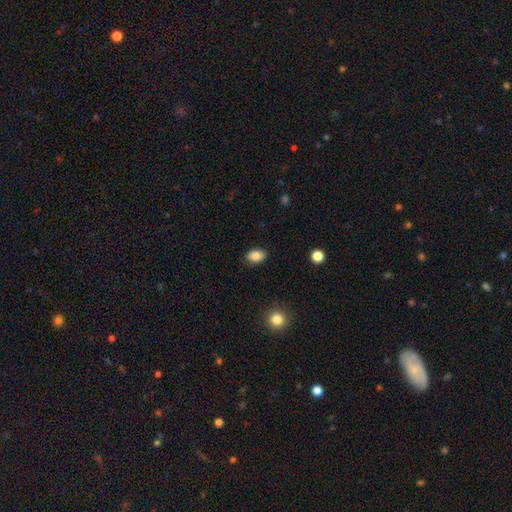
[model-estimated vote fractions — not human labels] This is clearly a smooth galaxy (85%). How rounded: clearly in between (84%). Merging: clearly none (87%).